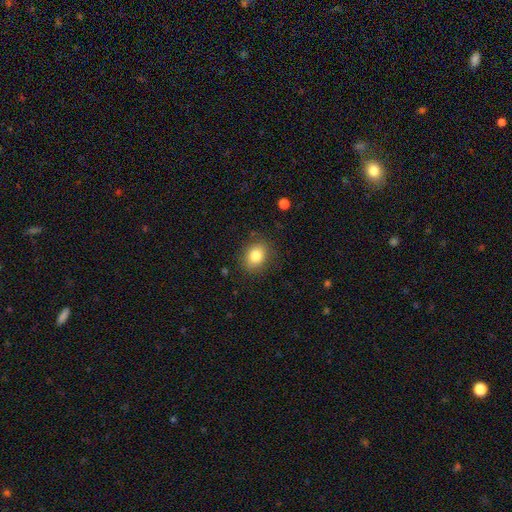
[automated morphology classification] This is clearly a smooth galaxy (83%). How rounded: possibly in between (53%). Merging: clearly none (84%).